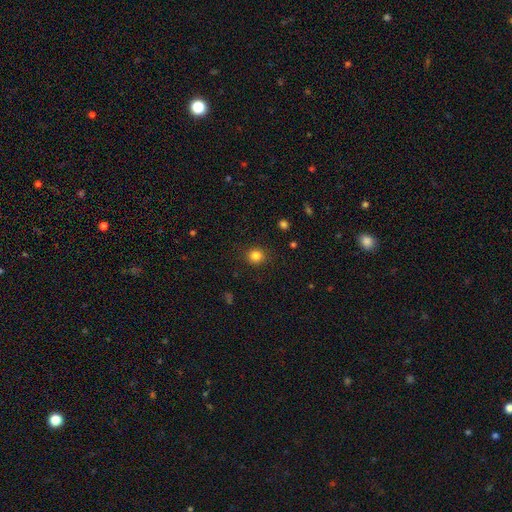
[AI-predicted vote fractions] smooth 84%, star or artifact 12%, featured or disk 5%. Down the decision tree: how rounded — round (87%); merging — none (89%).